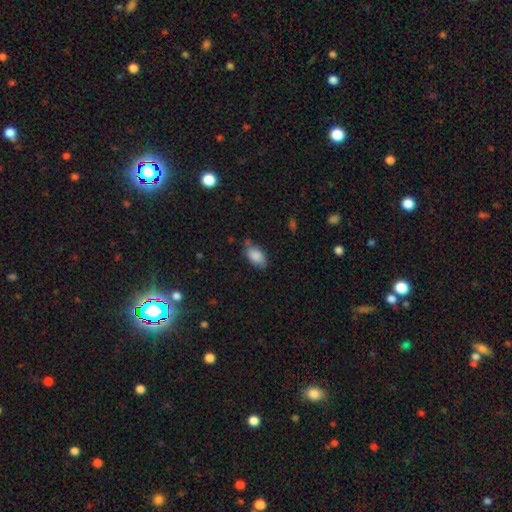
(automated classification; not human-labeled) Smooth or featured: smooth — 87% (star or artifact — 7%)
How rounded: in between — 93% (round — 5%)
Merging: none — 68% (minor disturbance — 24%)